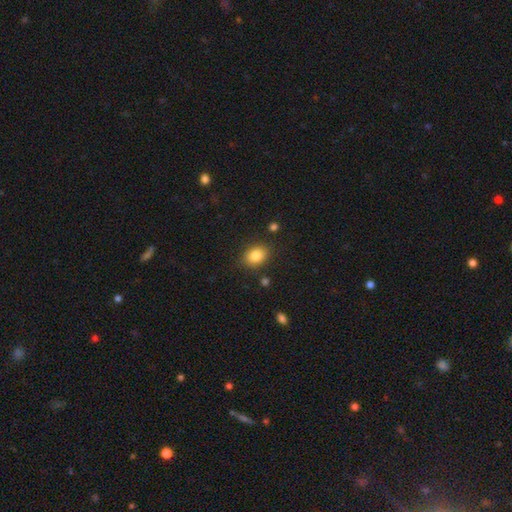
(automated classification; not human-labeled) This appears to be a smooth galaxy with no disk features (84%) that is in between round and cigar-shaped (65%). Merging: none (85%).